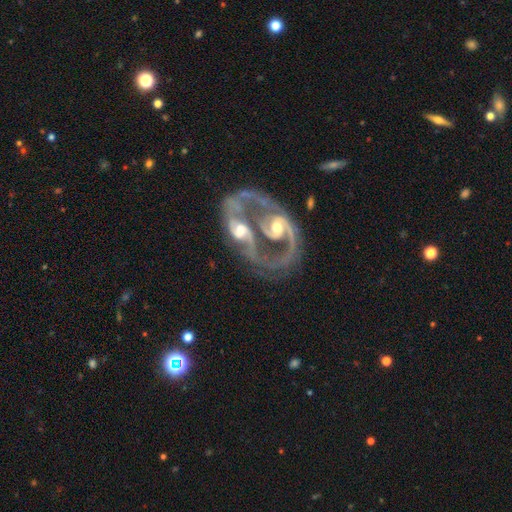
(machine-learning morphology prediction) The model was most divided on "spiral arms": yes: 51%, no: 49%. Remaining: edge-on disk — no (94%); smooth or featured — featured or disk (81%); bulge size — moderate (64%); bar — no (59%); merging — merger (50%).